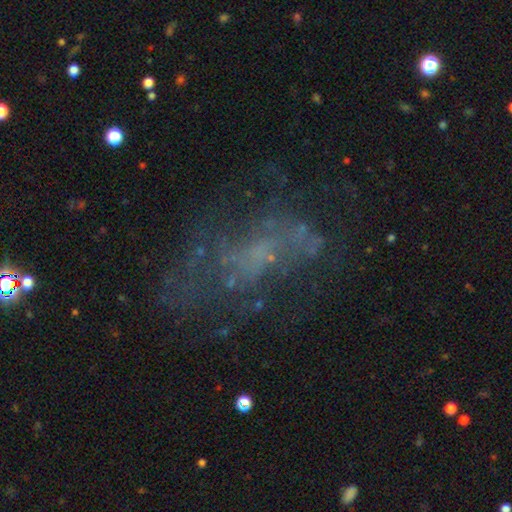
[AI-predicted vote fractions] Smooth or featured? Predicted: featured or disk (p=0.55). Edge-on disk? Predicted: no (p=0.96). Bar? Predicted: no (p=0.84). Spiral arms? Predicted: no (p=0.77). Bulge size? Predicted: none (p=0.68). Merging? Predicted: none (p=0.48).